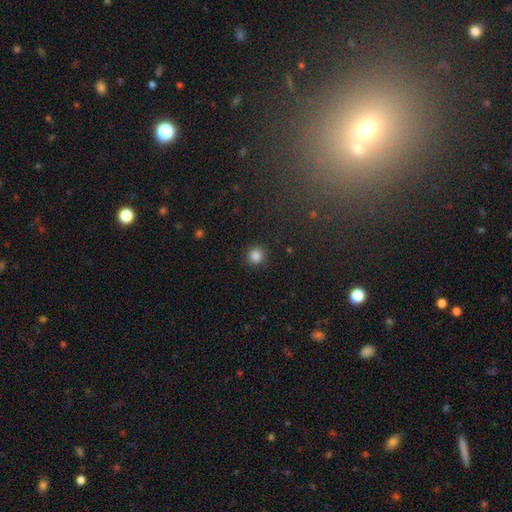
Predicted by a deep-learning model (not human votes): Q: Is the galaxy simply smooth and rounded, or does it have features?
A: smooth — 85%.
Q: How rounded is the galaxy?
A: round — 92%.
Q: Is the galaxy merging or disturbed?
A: none — 90%.